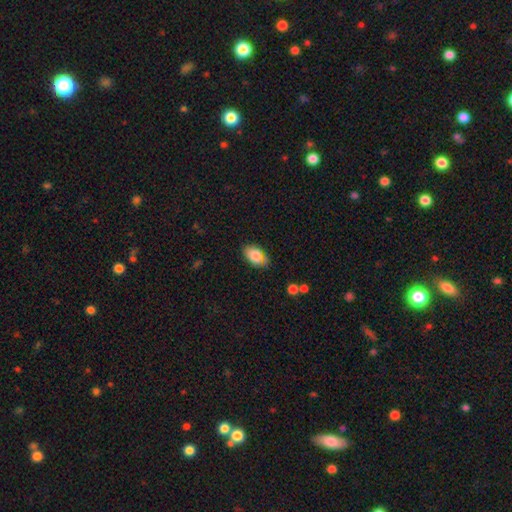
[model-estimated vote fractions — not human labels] smooth_or_featured: smooth (p=0.80) [alt: featured or disk p=0.12]
how_rounded: in between (p=0.91) [alt: round p=0.07]
merging: none (p=0.72) [alt: minor disturbance p=0.20]